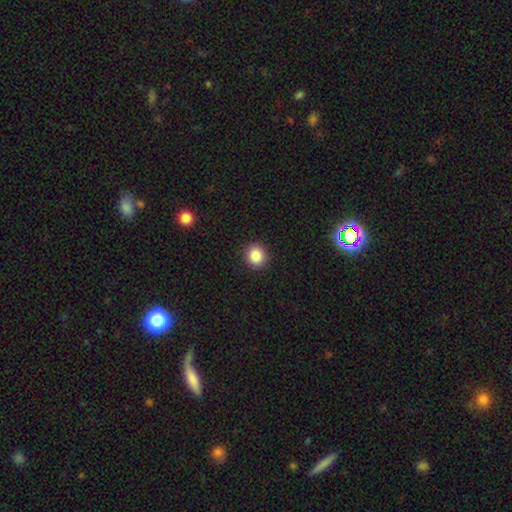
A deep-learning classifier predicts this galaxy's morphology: Q: Smooth or featured?
A: smooth (87%); runner-up: star or artifact (10%)
Q: How rounded?
A: round (83%); runner-up: in between (16%)
Q: Merging?
A: none (91%); runner-up: minor disturbance (6%)